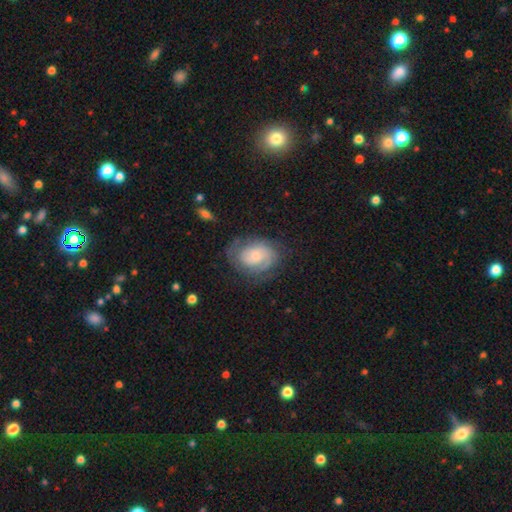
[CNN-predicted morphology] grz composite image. It shows a featured or disk galaxy (67%) with no bar (72%), 2 (41%) tight (56%) spiral arms (89%) and a small central bulge (60%). Merging: none (65%).